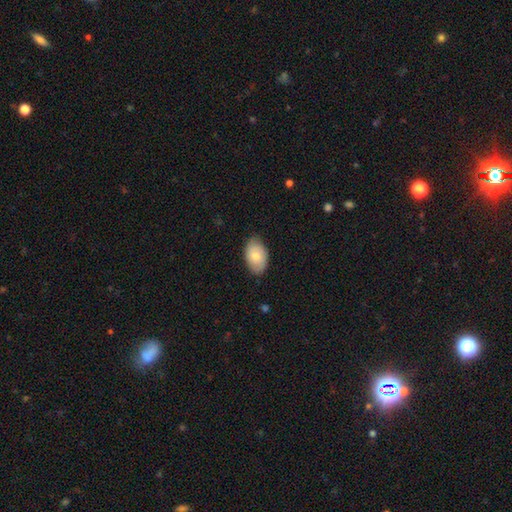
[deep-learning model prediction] Smooth or featured?
  - smooth: 77% *
  - featured or disk: 17%
  - star or artifact: 6%
How rounded?
  - in between: 91% *
  - round: 8%
  - cigar-shaped: 1%
Merging?
  - none: 79% *
  - minor disturbance: 18%
  - major disturbance: 3%
  - merger: 1%